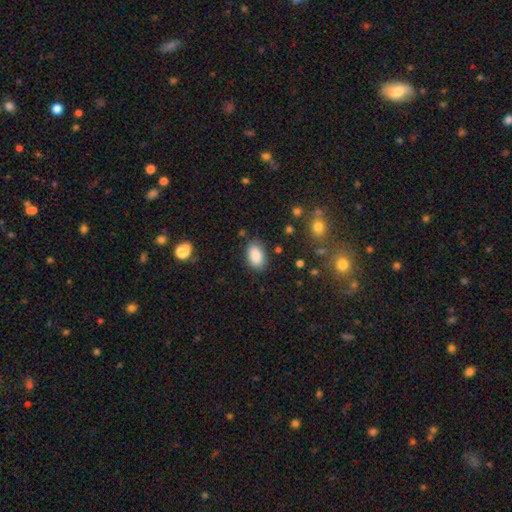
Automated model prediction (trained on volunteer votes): Smooth or featured? smooth (88%)
How rounded? in between (92%)
Merging? none (83%)